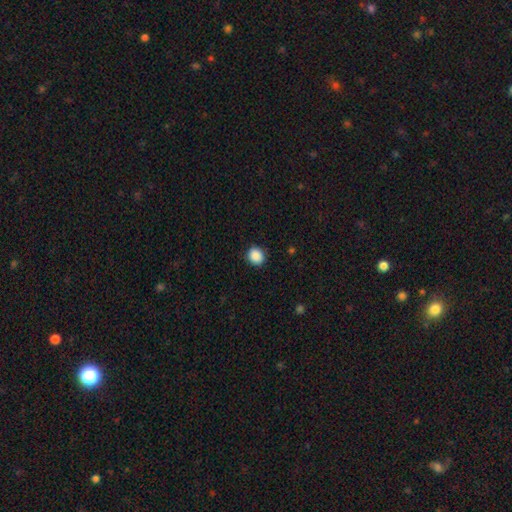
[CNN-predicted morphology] Overall: smooth (89%). How rounded: round (78%). Merging: none (89%).